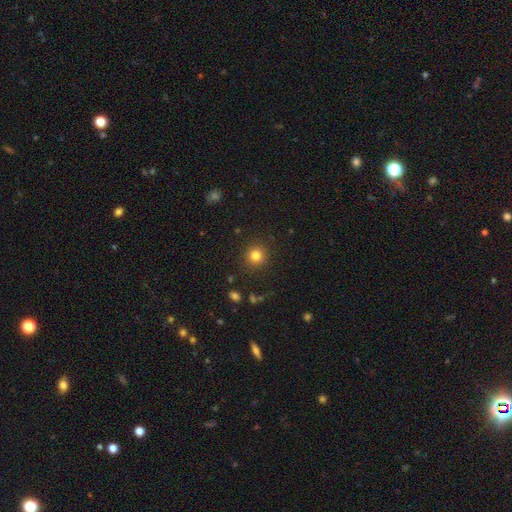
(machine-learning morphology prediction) A smooth galaxy with no disk features (81%) that is round (93%).

Vote fractions:
- Smooth or featured? smooth: 81% / star or artifact: 13% / featured or disk: 6%
- How rounded? round: 93% / in between: 7% / cigar-shaped: 1%
- Merging? none: 90% / minor disturbance: 6% / major disturbance: 3% / merger: 1%